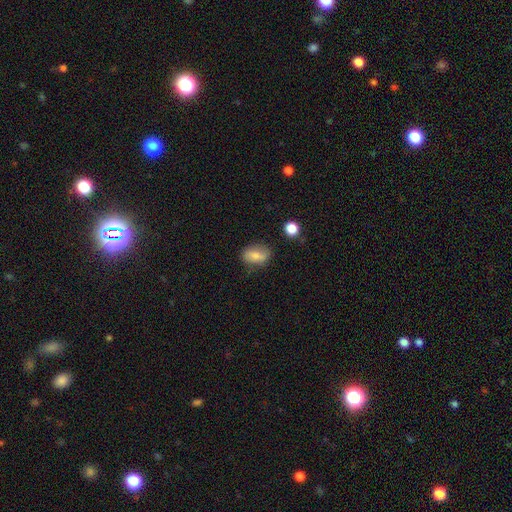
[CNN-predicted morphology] This appears to be a smooth galaxy with no disk features (74%) that is in between round and cigar-shaped (83%). Merging: none (73%).